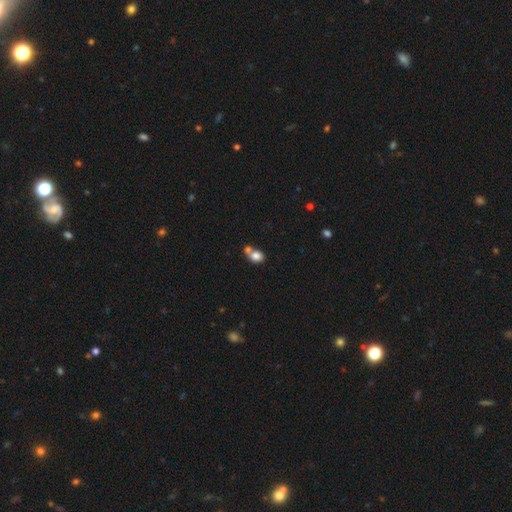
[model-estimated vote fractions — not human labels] The model was most divided on "how rounded": in between: 54%, round: 44%, cigar-shaped: 1%. Remaining: smooth or featured — smooth (80%); merging — merger (49%).